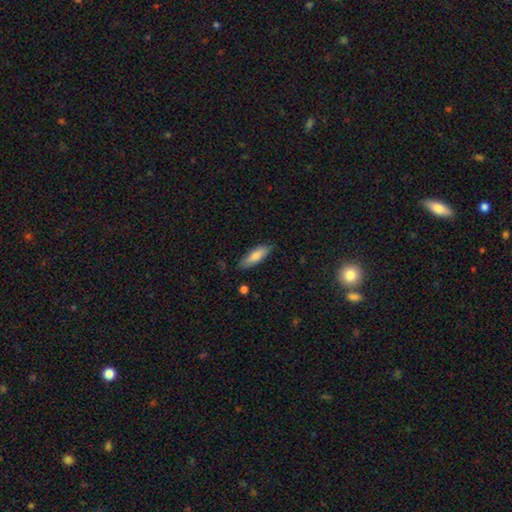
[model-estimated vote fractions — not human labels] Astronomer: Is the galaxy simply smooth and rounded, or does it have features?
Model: smooth — 79%.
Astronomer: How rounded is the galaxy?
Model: in between — 53% (runner-up: cigar-shaped, 45%).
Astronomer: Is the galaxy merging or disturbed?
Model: none — 82%.